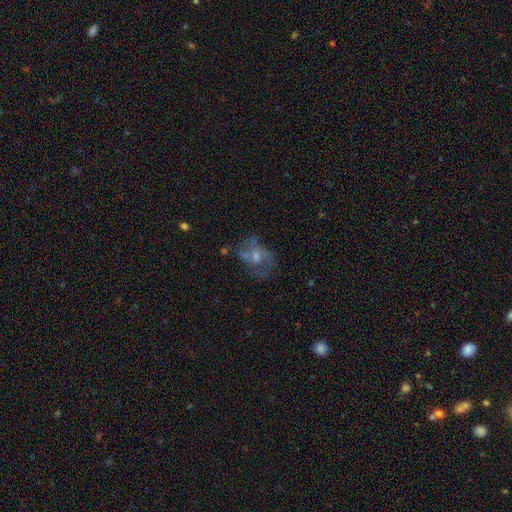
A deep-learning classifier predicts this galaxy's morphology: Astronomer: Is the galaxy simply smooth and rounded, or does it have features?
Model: featured or disk — 57%.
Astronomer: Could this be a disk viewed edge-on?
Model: no — 96%.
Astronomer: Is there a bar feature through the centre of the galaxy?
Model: no — 69%.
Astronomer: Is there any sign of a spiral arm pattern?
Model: yes — 51% (runner-up: no, 49%).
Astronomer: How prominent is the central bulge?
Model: moderate — 46% (runner-up: small, 35%).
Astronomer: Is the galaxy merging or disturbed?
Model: none — 49%.